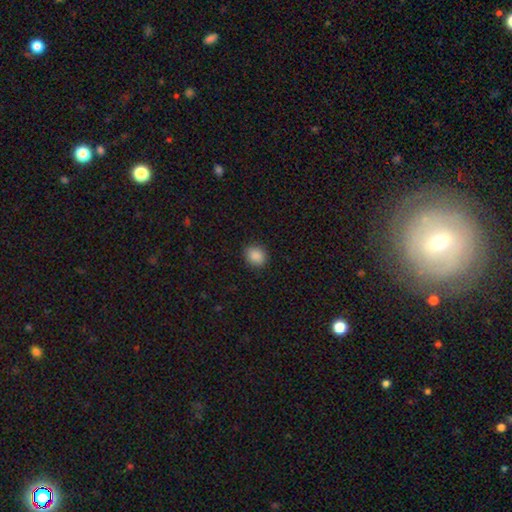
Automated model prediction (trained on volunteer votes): smooth 88%, star or artifact 9%, featured or disk 3%. Down the decision tree: how rounded — round (75%); merging — none (89%).